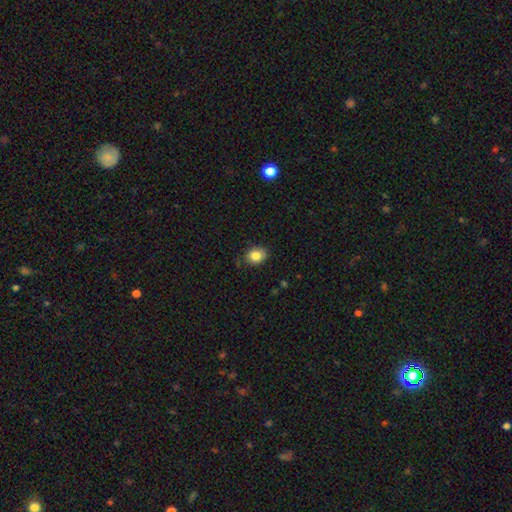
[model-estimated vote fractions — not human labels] smooth_or_featured: smooth (p=0.85) [alt: star or artifact p=0.09]
how_rounded: in between (p=0.50) [alt: round p=0.49]
merging: none (p=0.81) [alt: minor disturbance p=0.15]